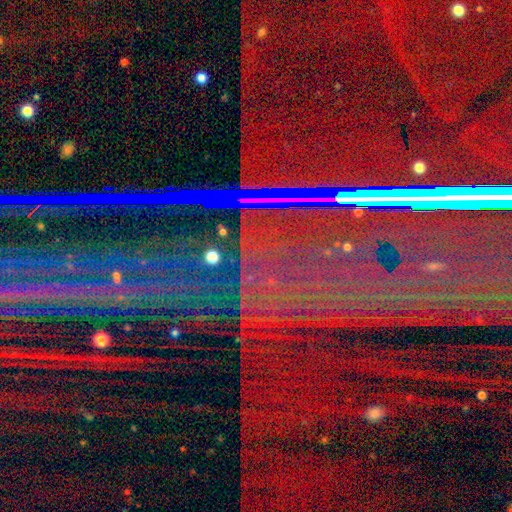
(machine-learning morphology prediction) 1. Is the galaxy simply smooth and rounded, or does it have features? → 88% star or artifact, 7% featured or disk, 5% smooth.